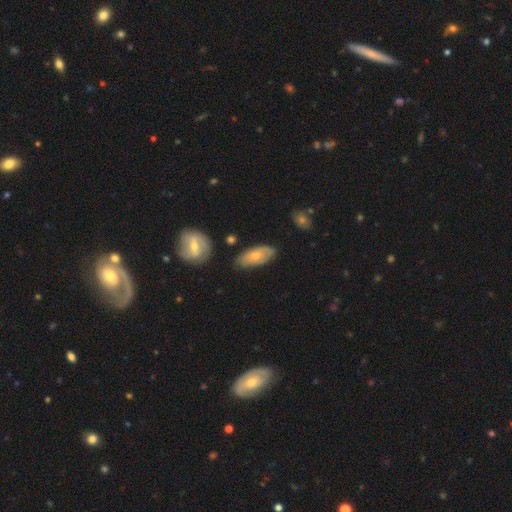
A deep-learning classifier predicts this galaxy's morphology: Smooth or featured? smooth (57%)
How rounded? in between (87%)
Merging? none (70%)